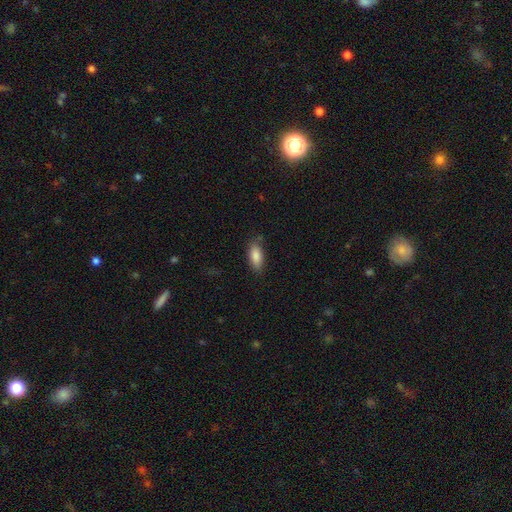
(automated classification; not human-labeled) Morphology: type=smooth (86%); roundness=in between (86%); merging=none (78%).